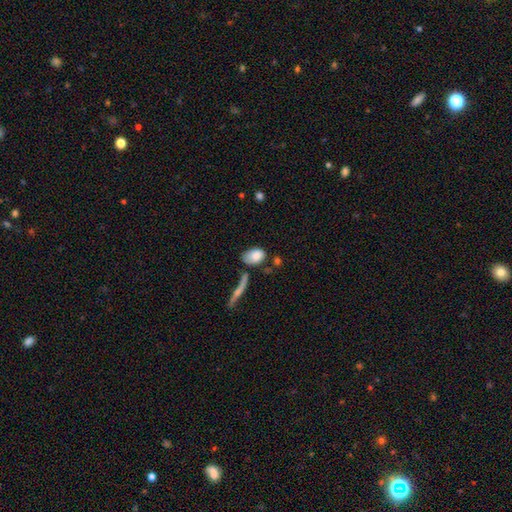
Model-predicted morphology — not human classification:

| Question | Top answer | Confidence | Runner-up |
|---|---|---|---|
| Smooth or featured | smooth | 81% | featured or disk (12%) |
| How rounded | in between | 86% | round (11%) |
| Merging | none | 49% | minor disturbance (25%) |